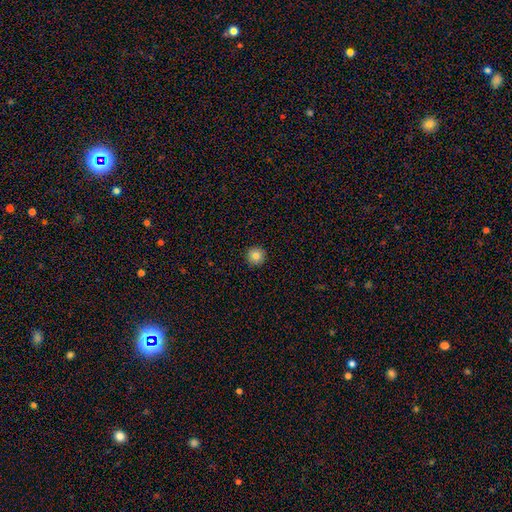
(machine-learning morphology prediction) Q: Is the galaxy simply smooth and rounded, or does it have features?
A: smooth — 83%.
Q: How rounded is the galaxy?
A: round — 96%.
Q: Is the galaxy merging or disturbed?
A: none — 93%.